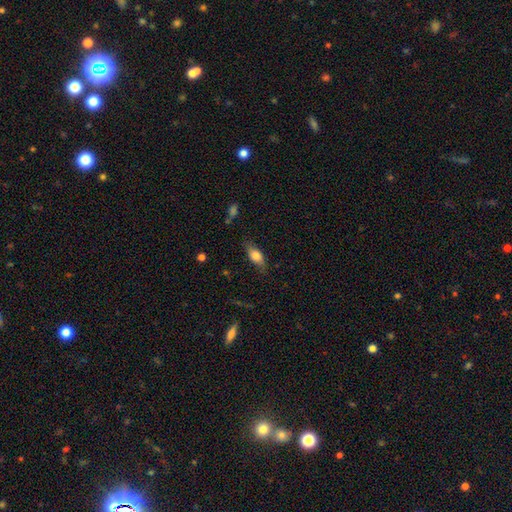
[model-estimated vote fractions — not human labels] Smooth or featured: smooth — 74% (featured or disk — 18%)
How rounded: in between — 78% (cigar-shaped — 18%)
Merging: none — 76% (minor disturbance — 18%)